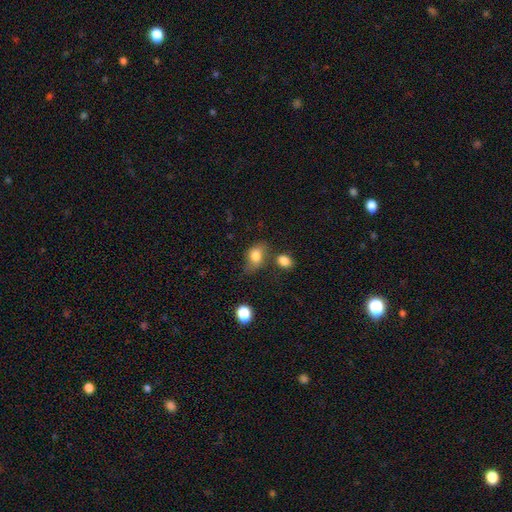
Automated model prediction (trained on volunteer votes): Smooth or featured? smooth (79%)
How rounded? in between (78%)
Merging? none (58%)